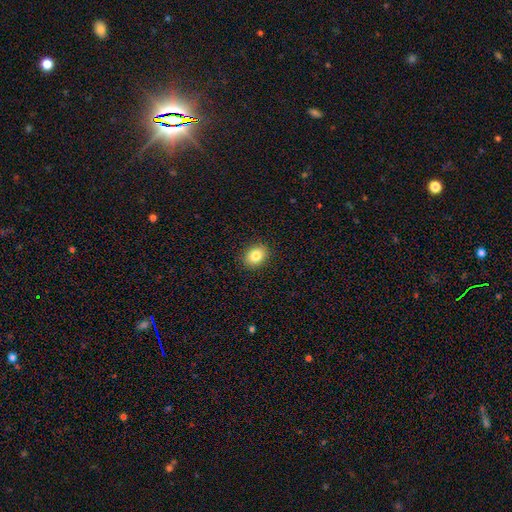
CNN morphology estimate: smooth 85%, star or artifact 9%, featured or disk 6%. Down the decision tree: how rounded — round (50%); merging — none (90%).